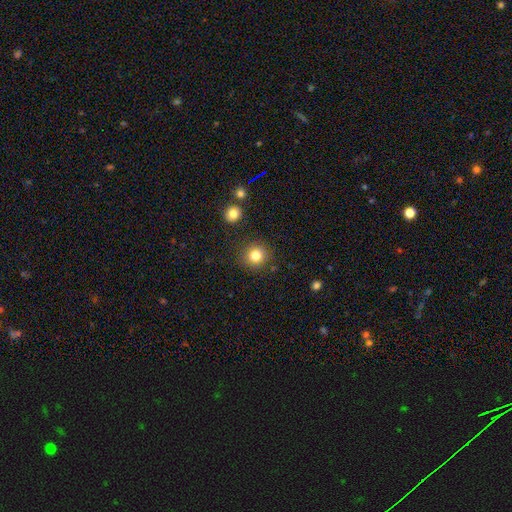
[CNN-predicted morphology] Overall: smooth (83%). How rounded: round (92%). Merging: none (88%).